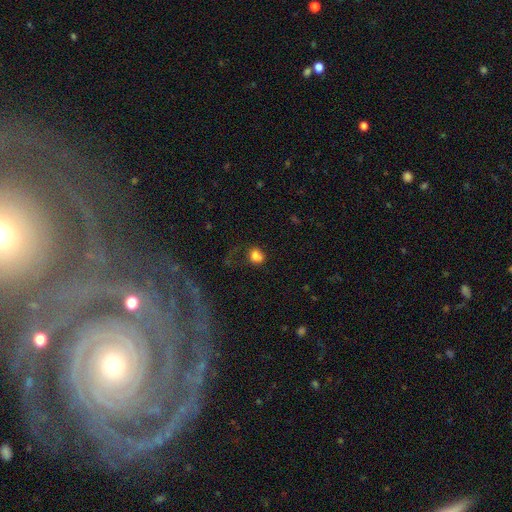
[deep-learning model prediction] smooth 79%, star or artifact 12%, featured or disk 9%. Down the decision tree: how rounded — round (57%); merging — none (47%).